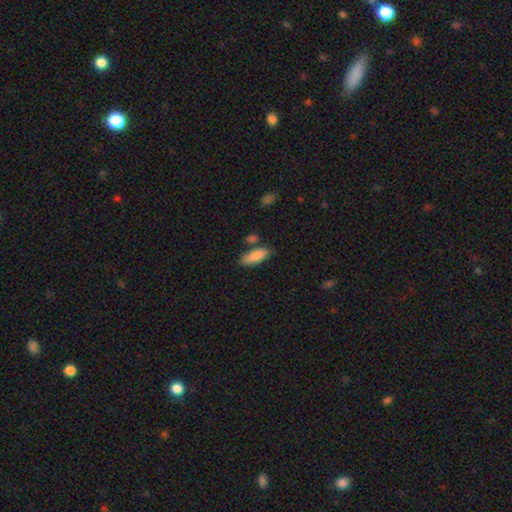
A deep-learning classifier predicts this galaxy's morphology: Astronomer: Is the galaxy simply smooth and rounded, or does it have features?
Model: smooth — 88%.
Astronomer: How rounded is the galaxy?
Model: in between — 71%.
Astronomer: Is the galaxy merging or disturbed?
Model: none — 74%.